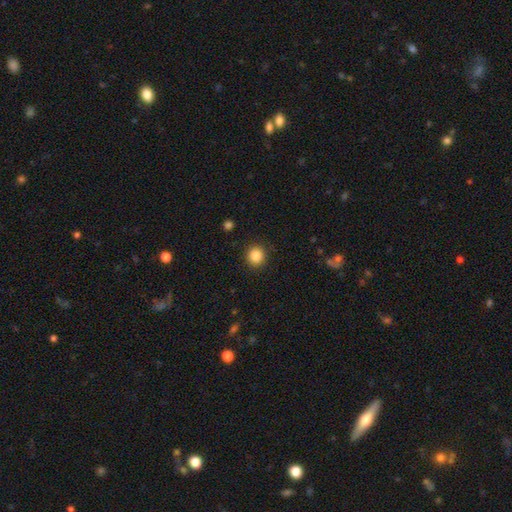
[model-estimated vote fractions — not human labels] smooth_or_featured: smooth (p=0.86) [alt: star or artifact p=0.10]
how_rounded: round (p=0.91) [alt: in between p=0.08]
merging: none (p=0.91) [alt: minor disturbance p=0.06]